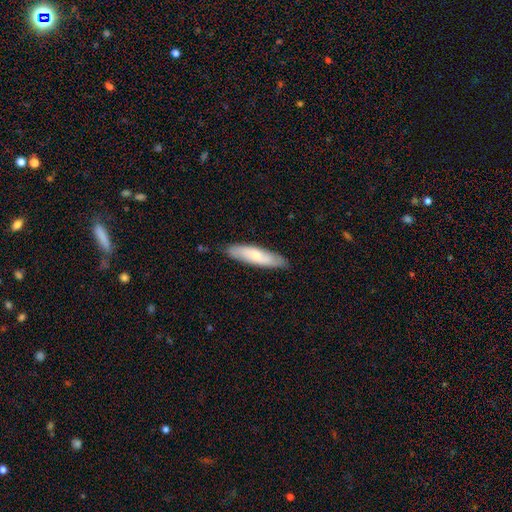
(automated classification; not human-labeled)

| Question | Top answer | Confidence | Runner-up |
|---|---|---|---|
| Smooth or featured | smooth | 66% | featured or disk (28%) |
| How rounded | cigar-shaped | 67% | in between (32%) |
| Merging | none | 85% | minor disturbance (12%) |